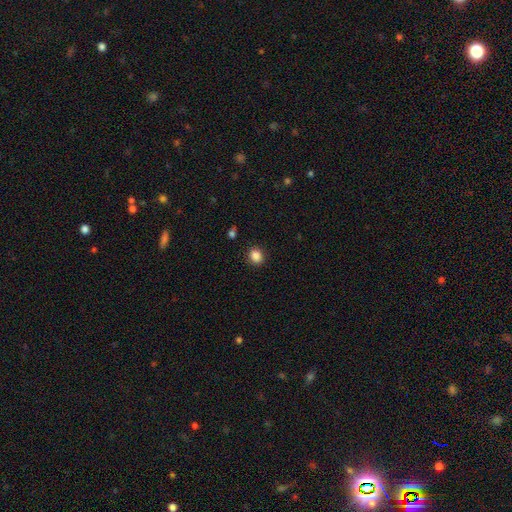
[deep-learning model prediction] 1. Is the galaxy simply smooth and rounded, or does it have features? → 87% smooth, 10% star or artifact, 3% featured or disk.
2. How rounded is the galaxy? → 68% round, 31% in between, 1% cigar-shaped.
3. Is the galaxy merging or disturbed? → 90% none, 7% minor disturbance, 2% major disturbance, 1% merger.